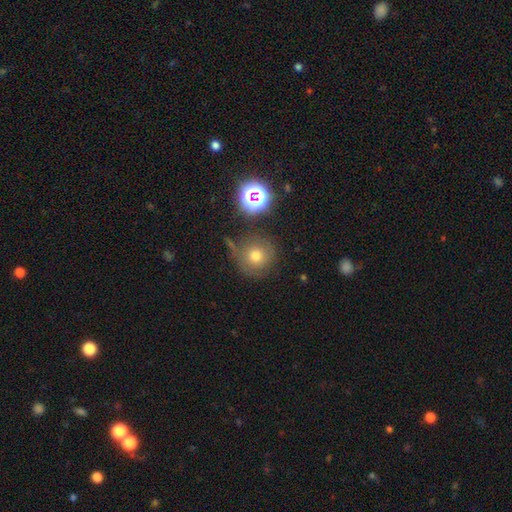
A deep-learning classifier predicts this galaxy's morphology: smooth-or-featured: smooth: 66% | star or artifact: 19% | featured or disk: 15%
  how-rounded: round: 93% | in between: 6% | cigar-shaped: 1%
  merging: none: 72% | minor disturbance: 15% | major disturbance: 7% | merger: 6%